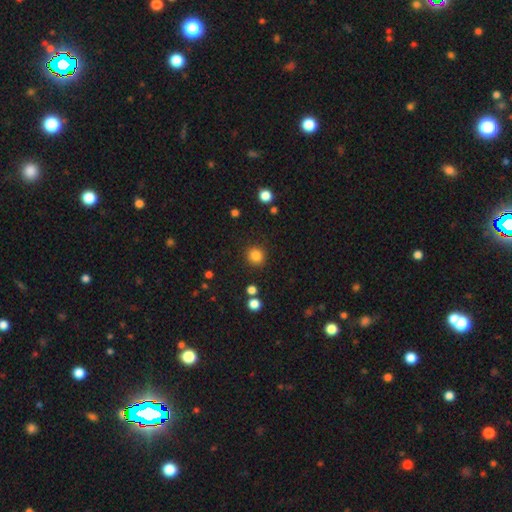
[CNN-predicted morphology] type=smooth (84%); roundness=round (91%); merging=none (90%).